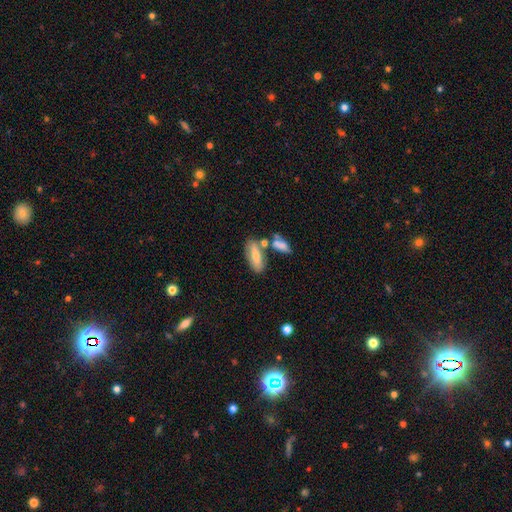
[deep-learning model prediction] smooth_or_featured: smooth (p=0.62) [alt: featured or disk p=0.30]
how_rounded: in between (p=0.70) [alt: cigar-shaped p=0.27]
merging: none (p=0.61) [alt: merger p=0.21]